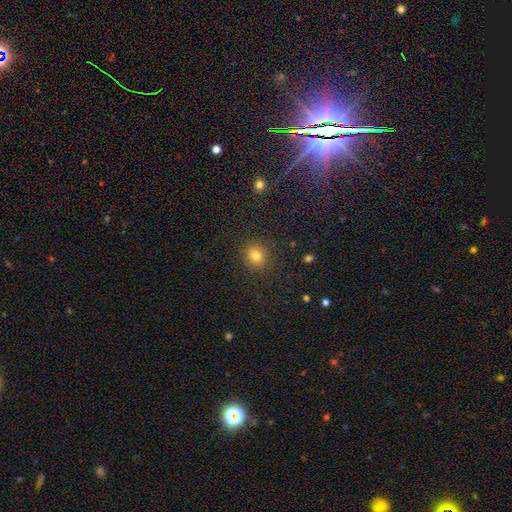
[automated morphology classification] This appears to be a smooth galaxy with no disk features (80%) that is round (86%). Merging: none (89%).